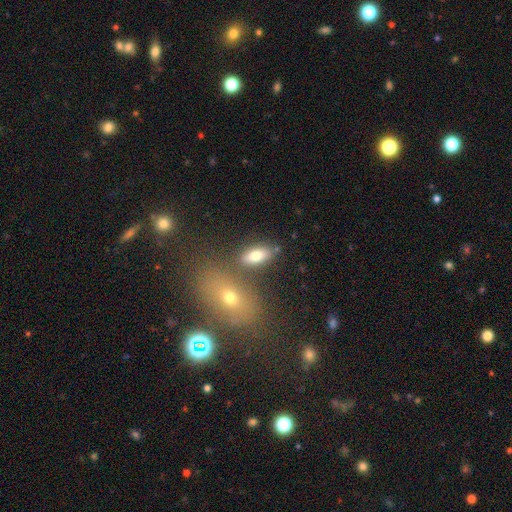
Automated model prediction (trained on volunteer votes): smooth 73%, featured or disk 17%, star or artifact 10%. Down the decision tree: how rounded — in between (84%); merging — none (71%).